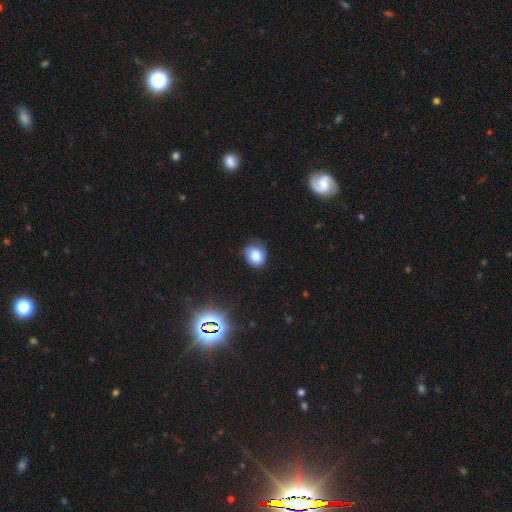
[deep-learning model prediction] Smooth or featured? smooth (78%)
How rounded? round (60%)
Merging? none (60%)